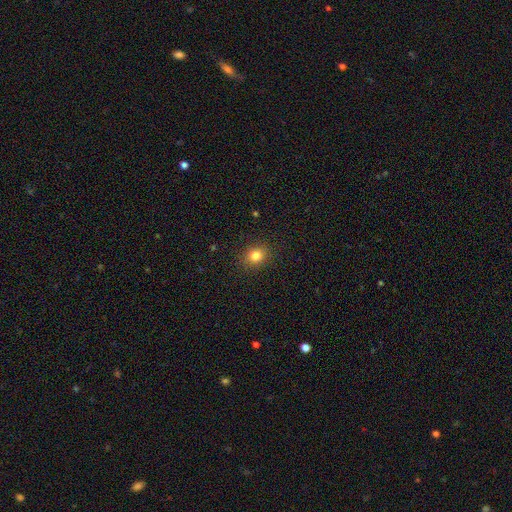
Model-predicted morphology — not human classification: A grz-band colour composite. It shows a smooth galaxy with no disk features (81%) that is round (67%). Merging: none (88%).